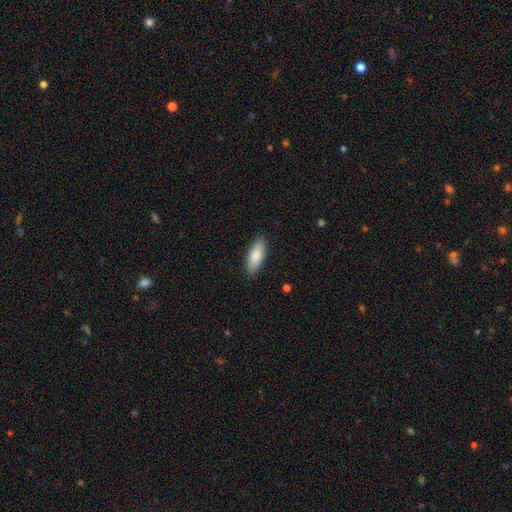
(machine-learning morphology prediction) A smooth galaxy with no disk features (86%) that is in between round and cigar-shaped (75%). Merging: none (88%).